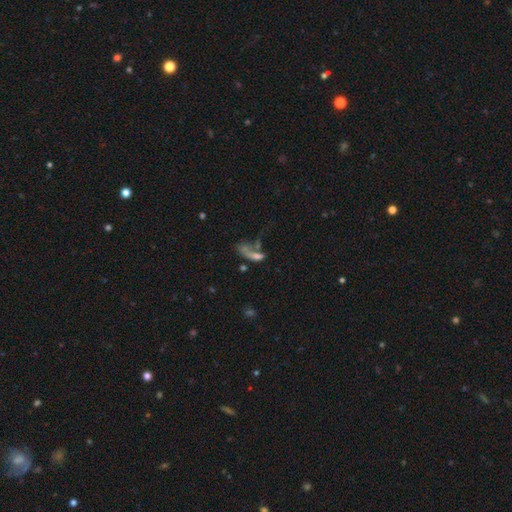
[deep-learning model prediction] Smooth or featured? smooth (47%)
Merging? merger (37%)